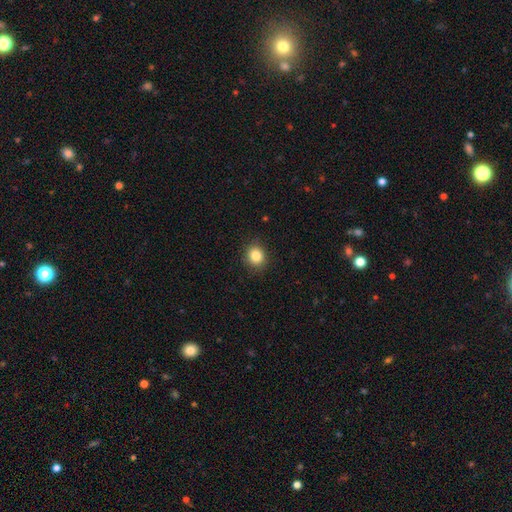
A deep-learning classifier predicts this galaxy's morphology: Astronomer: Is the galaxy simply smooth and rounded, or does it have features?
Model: smooth — 84%.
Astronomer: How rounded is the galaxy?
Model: round — 78%.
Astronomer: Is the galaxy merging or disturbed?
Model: none — 89%.